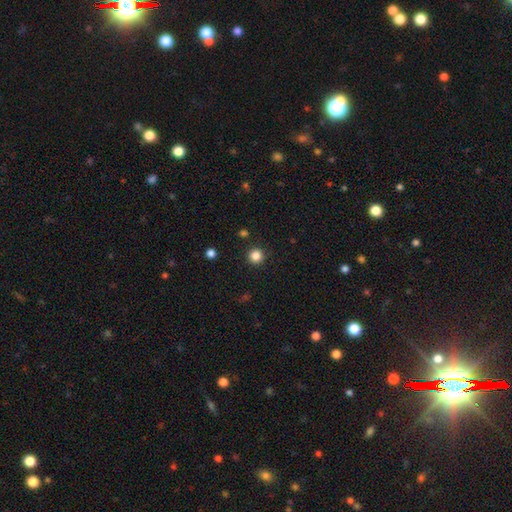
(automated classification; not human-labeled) Smooth or featured?
  - smooth: 84% *
  - star or artifact: 12%
  - featured or disk: 4%
How rounded?
  - round: 95% *
  - in between: 4%
  - cigar-shaped: 1%
Merging?
  - none: 91% *
  - minor disturbance: 5%
  - major disturbance: 2%
  - merger: 1%